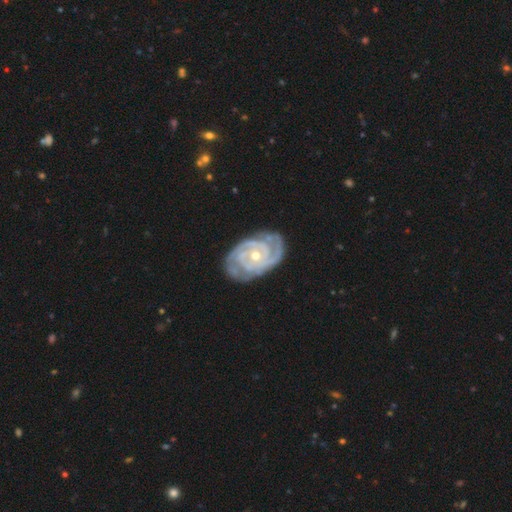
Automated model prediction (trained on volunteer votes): featured or disk 91%, star or artifact 4%, smooth 4%. Down the decision tree: edge-on disk — no (97%); bar — no (70%); spiral arms — yes (98%); spiral arm count — 3 (37%); spiral winding — tight (76%); bulge size — small (54%); merging — none (77%).